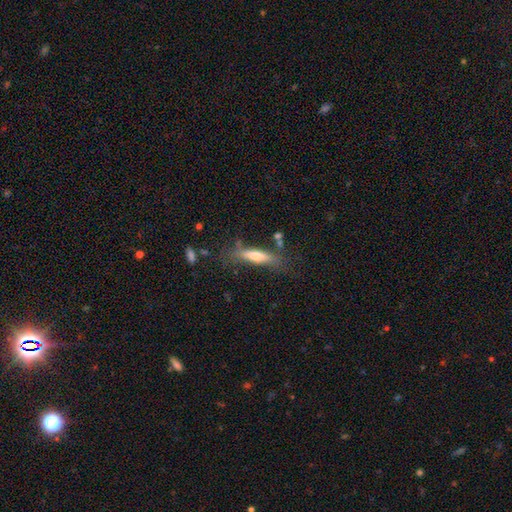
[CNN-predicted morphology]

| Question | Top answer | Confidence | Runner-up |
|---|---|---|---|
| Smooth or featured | smooth | 59% | featured or disk (34%) |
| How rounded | cigar-shaped | 77% | in between (22%) |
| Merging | none | 66% | minor disturbance (20%) |